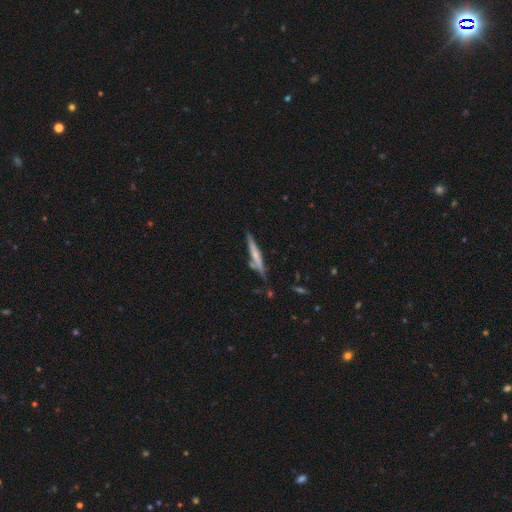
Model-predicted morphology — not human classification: type=smooth (47%); merging=none (68%).